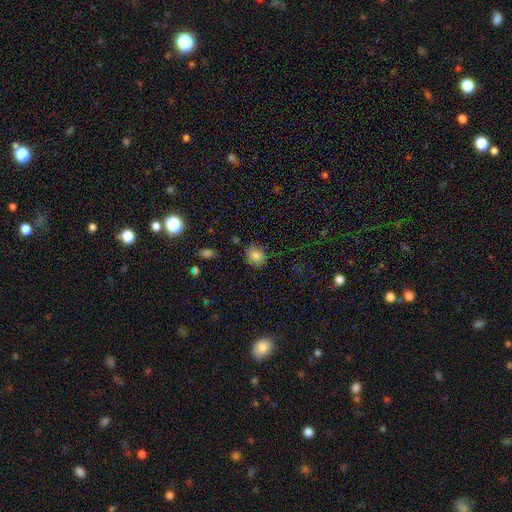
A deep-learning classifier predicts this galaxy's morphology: This is clearly a smooth galaxy (83%). How rounded: likely round (72%). Merging: clearly none (82%).